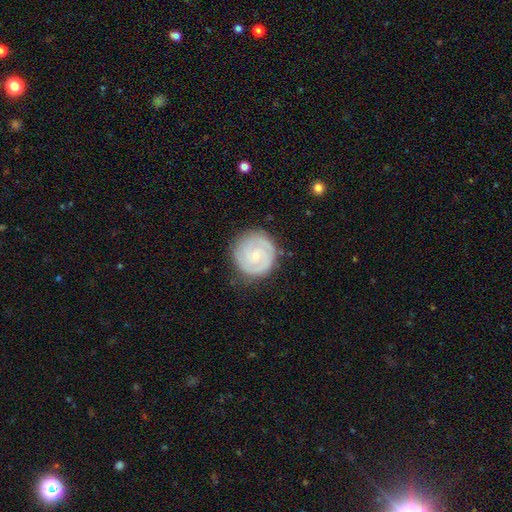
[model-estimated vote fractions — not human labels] Smooth or featured: featured or disk — 75% (smooth — 20%)
Edge-on disk: no — 98% (yes — 2%)
Bar: no — 64% (weak — 30%)
Spiral arms: yes — 93% (no — 7%)
Spiral winding: tight — 74% (medium — 21%)
Spiral arm count: 2 — 58% (can't tell — 18%)
Bulge size: small — 73% (moderate — 18%)
Merging: none — 83% (minor disturbance — 13%)